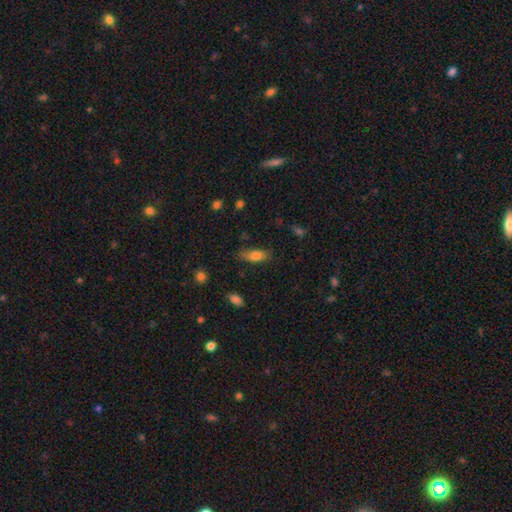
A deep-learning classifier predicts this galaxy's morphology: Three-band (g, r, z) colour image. It shows a smooth galaxy with no disk features (76%) that is in between round and cigar-shaped (67%). Merging: none (69%).